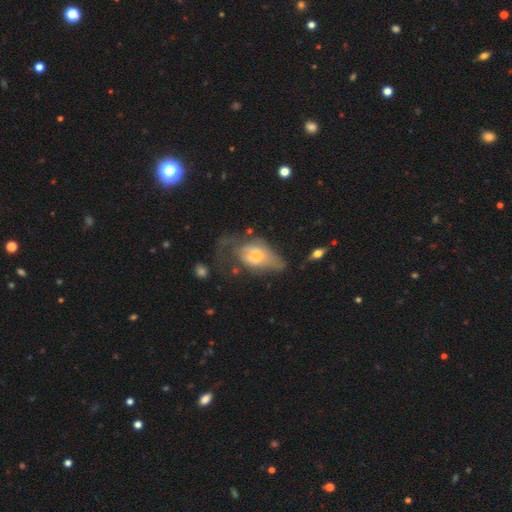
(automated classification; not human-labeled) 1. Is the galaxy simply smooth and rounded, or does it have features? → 47% featured or disk, 44% smooth, 8% star or artifact.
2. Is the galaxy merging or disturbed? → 49% major disturbance, 24% minor disturbance, 23% none, 5% merger.